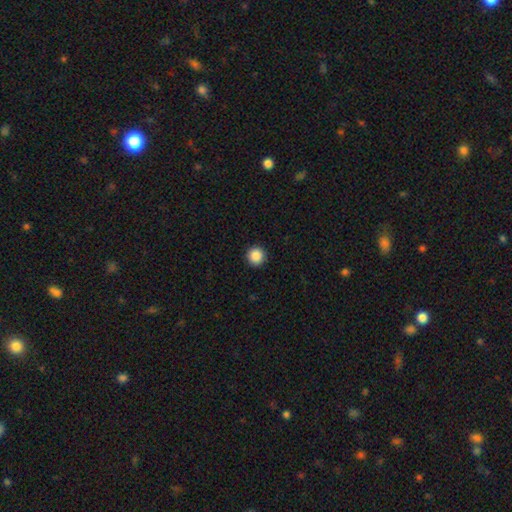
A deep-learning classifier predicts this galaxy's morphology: type=smooth (88%); roundness=round (95%); merging=none (93%).